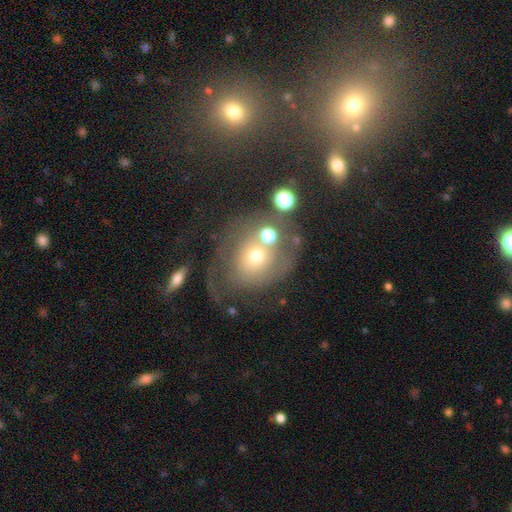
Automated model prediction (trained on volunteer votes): featured or disk 51%, smooth 34%, star or artifact 15%. Down the decision tree: edge-on disk — no (96%); merging — none (43%).